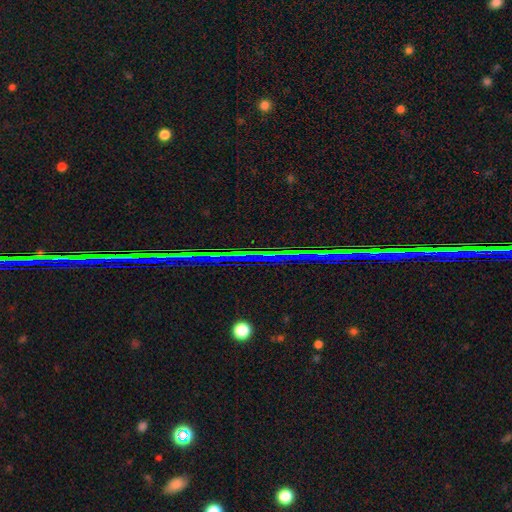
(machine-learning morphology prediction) A star or artifact, not a galaxy (85%).

Vote fractions:
- Smooth or featured? star or artifact: 85% / featured or disk: 9% / smooth: 6%